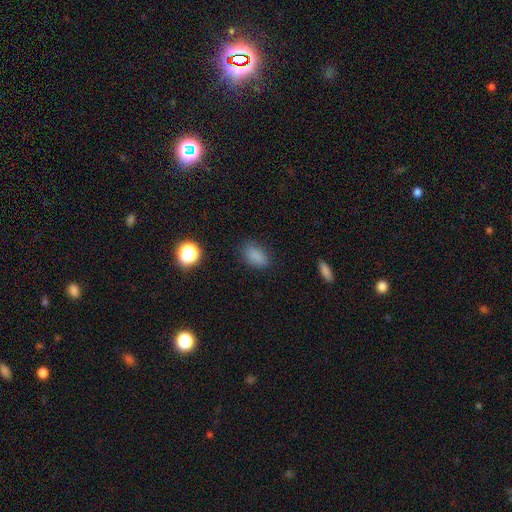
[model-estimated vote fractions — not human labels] smooth_or_featured: smooth (p=0.83) [alt: star or artifact p=0.13]
how_rounded: in between (p=0.86) [alt: round p=0.12]
merging: none (p=0.80) [alt: minor disturbance p=0.14]